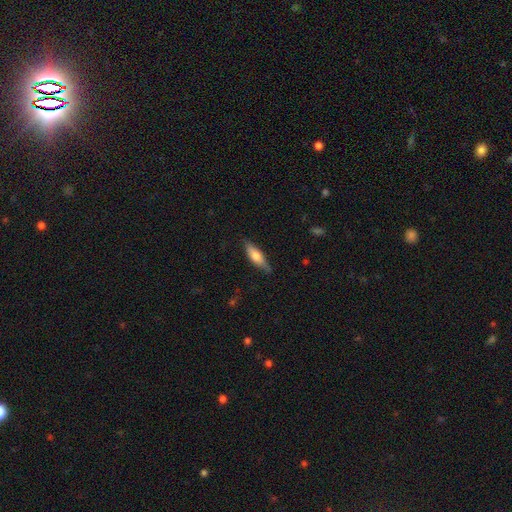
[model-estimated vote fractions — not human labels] A smooth galaxy with no disk features (66%) that is in between round and cigar-shaped (49%, tied with cigar-shaped).

Vote fractions:
- Smooth or featured? smooth: 66% / featured or disk: 28% / star or artifact: 6%
- How rounded? in between: 49% (tied) / cigar-shaped: 49% (tied) / round: 2%
- Merging? none: 78% / minor disturbance: 18% / major disturbance: 3% / merger: 1%